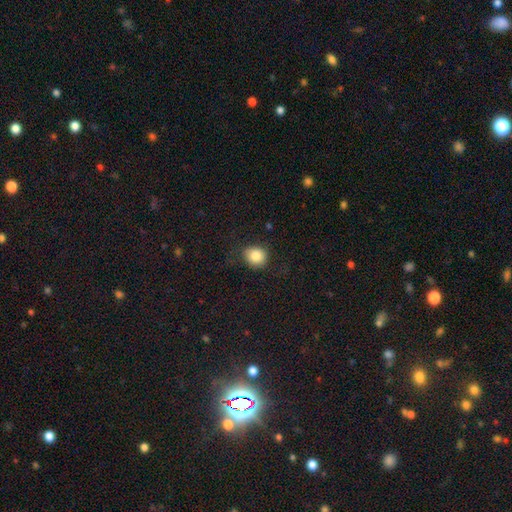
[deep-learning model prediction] A smooth galaxy with no disk features (85%) that is round (77%). Merging: none (79%).